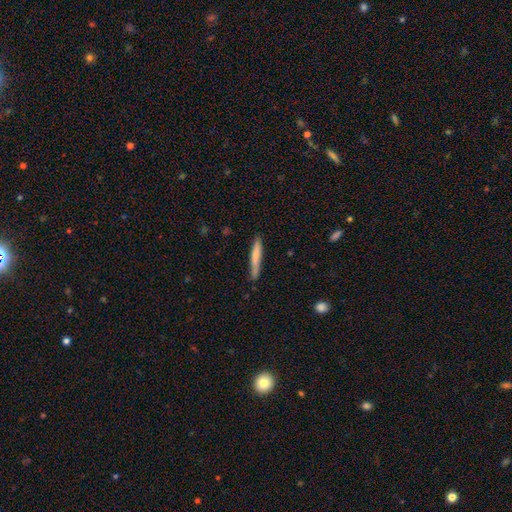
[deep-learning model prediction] smooth-or-featured: smooth: 72% | featured or disk: 23% | star or artifact: 6%
  how-rounded: cigar-shaped: 94% | in between: 4% | round: 1%
  merging: none: 82% | minor disturbance: 15% | major disturbance: 2% | merger: 2%